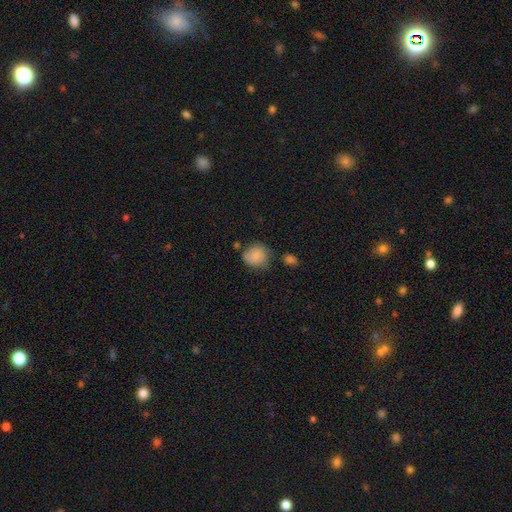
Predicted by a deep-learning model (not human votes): smooth_or_featured: smooth (p=0.82) [alt: featured or disk p=0.10]
how_rounded: round (p=0.80) [alt: in between p=0.19]
merging: none (p=0.59) [alt: minor disturbance p=0.26]